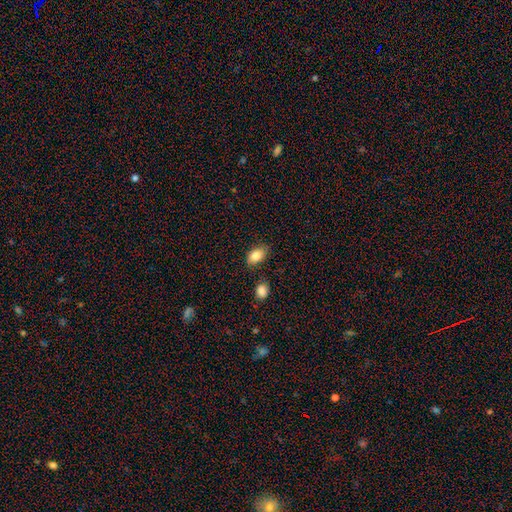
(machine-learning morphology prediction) Smooth or featured?
  - smooth: 85% *
  - star or artifact: 8%
  - featured or disk: 7%
How rounded?
  - in between: 87% *
  - round: 11%
  - cigar-shaped: 2%
Merging?
  - none: 76% *
  - minor disturbance: 16%
  - merger: 5%
  - major disturbance: 3%